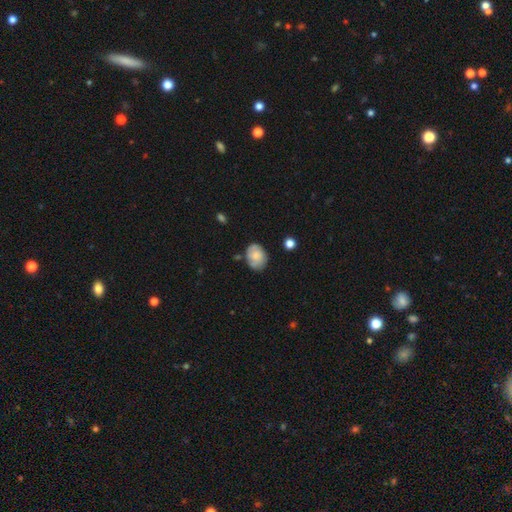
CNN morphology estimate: Smooth or featured? Predicted: smooth (p=0.60). How rounded? Predicted: in between (p=0.65). Merging? Predicted: none (p=0.69).